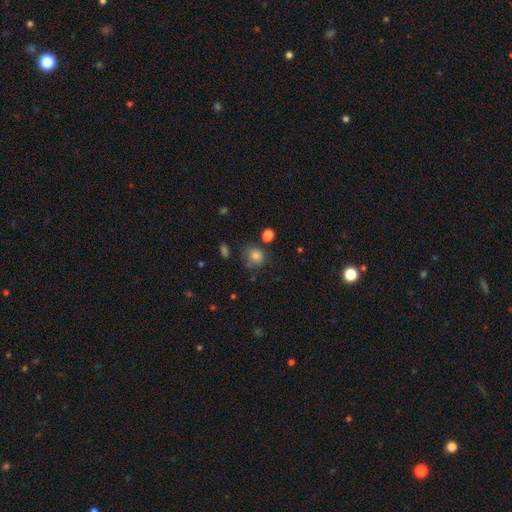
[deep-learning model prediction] This is likely a smooth galaxy (79%). How rounded: likely round (78%). Merging: likely none (62%).